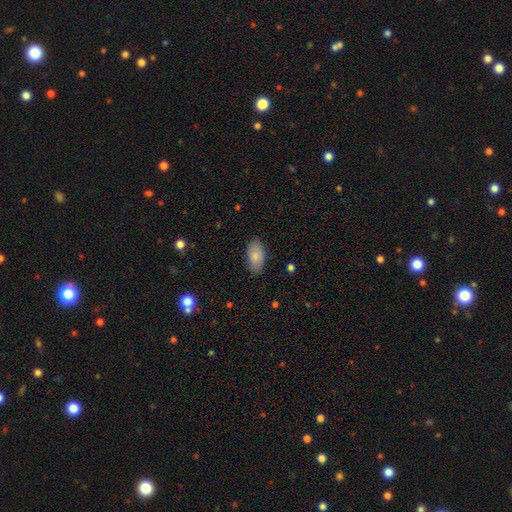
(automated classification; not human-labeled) smooth 83%, featured or disk 10%, star or artifact 7%. Down the decision tree: how rounded — in between (94%); merging — none (83%).